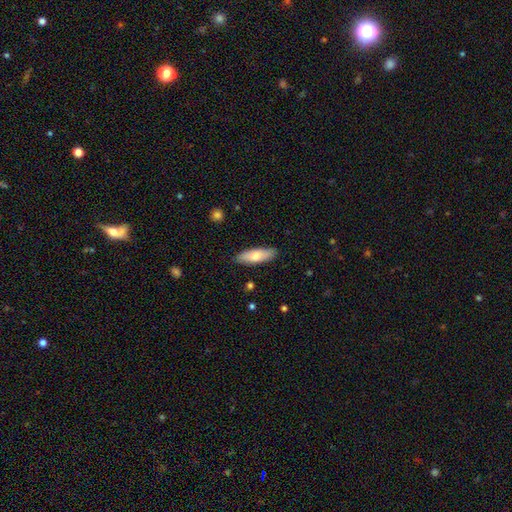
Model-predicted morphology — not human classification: Smooth or featured?
  - smooth: 74% *
  - featured or disk: 21%
  - star or artifact: 5%
How rounded?
  - in between: 60% *
  - cigar-shaped: 38%
  - round: 2%
Merging?
  - none: 87% *
  - minor disturbance: 10%
  - major disturbance: 2%
  - merger: 1%